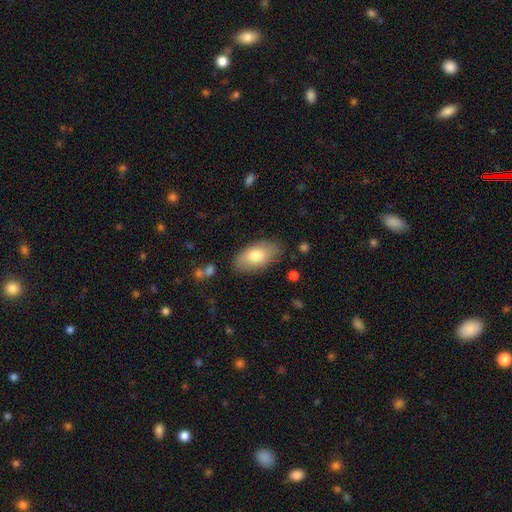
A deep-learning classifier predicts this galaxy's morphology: Q: Smooth or featured?
A: smooth (76%); runner-up: featured or disk (18%)
Q: How rounded?
A: in between (93%); runner-up: round (3%)
Q: Merging?
A: none (81%); runner-up: minor disturbance (13%)